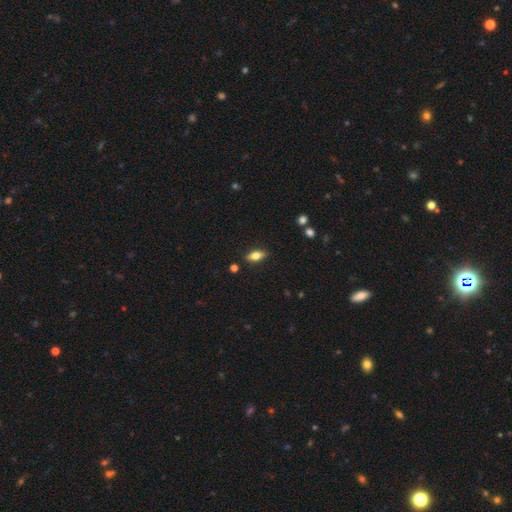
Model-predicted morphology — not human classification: This appears to be a smooth galaxy with no disk features (67%) that is in between round and cigar-shaped (77%). Merging: none (87%).